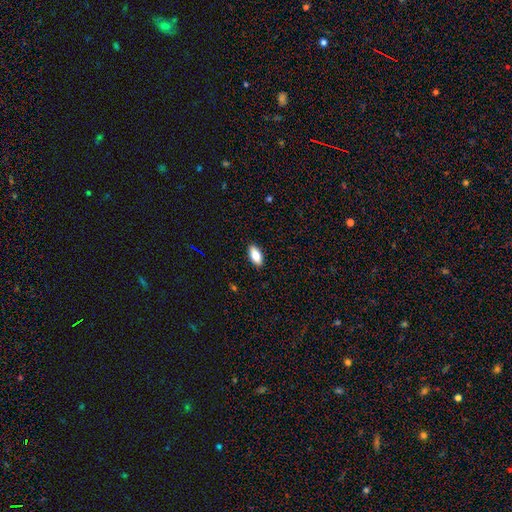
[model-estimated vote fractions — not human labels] Overall: smooth (78%). How rounded: in between (87%). Merging: none (90%).